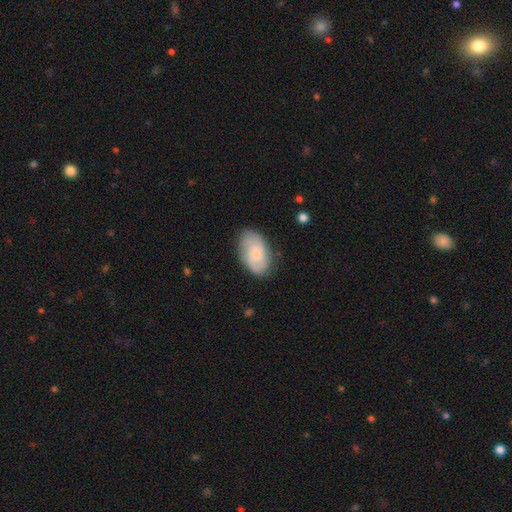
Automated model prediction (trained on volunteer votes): A featured or disk galaxy (65%) with no bar (65%), 2 (45%) tight (49%) spiral arms (93%) and a small central bulge (65%). Merging: none (78%).